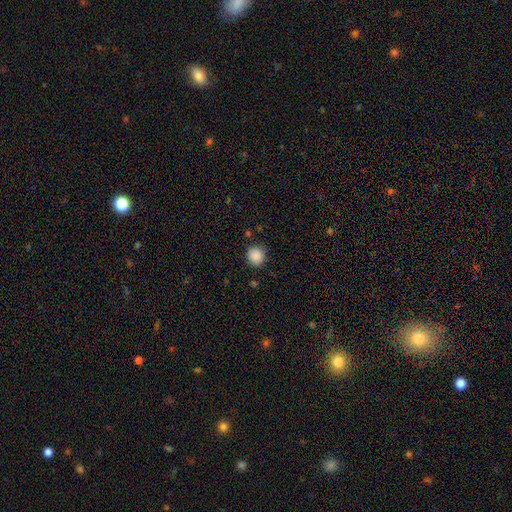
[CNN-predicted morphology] The model was most divided on "merging": none: 87%, minor disturbance: 9%, major disturbance: 3%, merger: 1%. More confident: how rounded — round (88%); smooth or featured — smooth (88%).